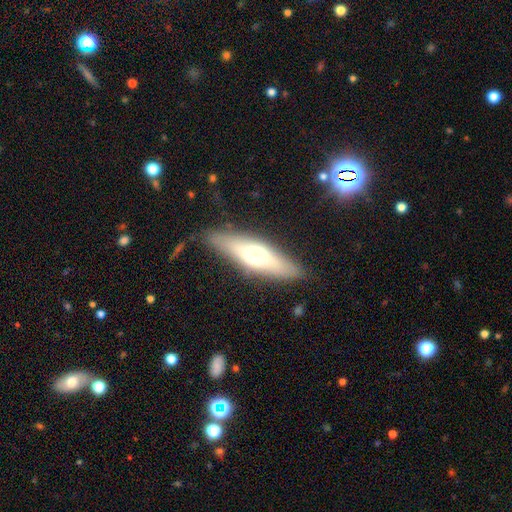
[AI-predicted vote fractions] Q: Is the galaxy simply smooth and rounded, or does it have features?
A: smooth — 52%.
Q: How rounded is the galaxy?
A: cigar-shaped — 60%.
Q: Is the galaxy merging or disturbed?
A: none — 82%.